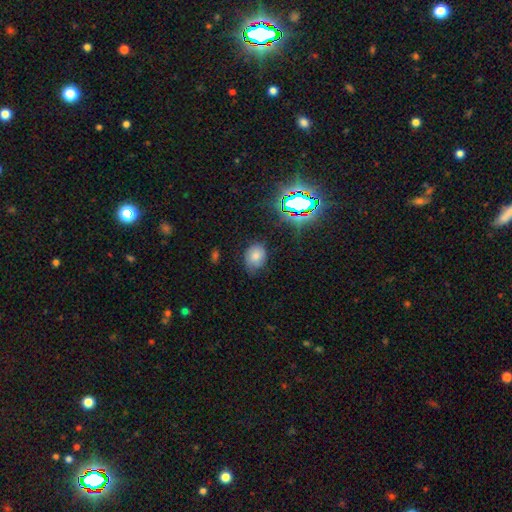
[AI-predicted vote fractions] Q: Smooth or featured?
A: smooth (71%); runner-up: star or artifact (18%)
Q: How rounded?
A: round (51%); runner-up: in between (48%)
Q: Merging?
A: none (61%); runner-up: minor disturbance (29%)